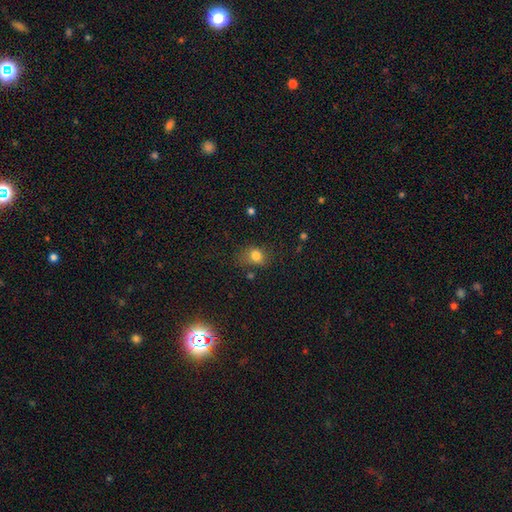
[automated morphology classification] smooth 79%, star or artifact 13%, featured or disk 8%. Down the decision tree: how rounded — round (51%); merging — none (60%).